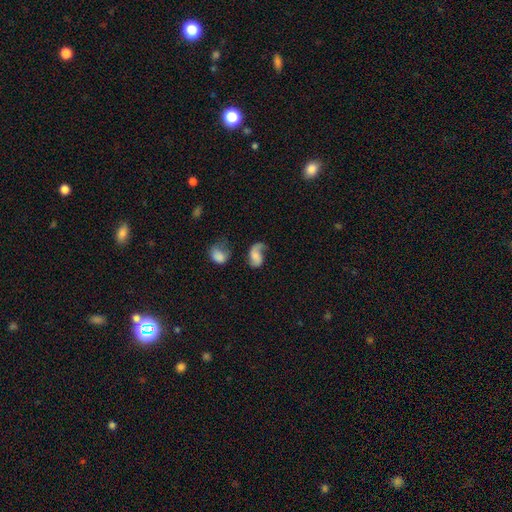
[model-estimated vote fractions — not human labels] smooth-or-featured: featured or disk: 58% | smooth: 33% | star or artifact: 9%
  disk-edge-on: no: 97% | yes: 3%
    bar: no: 60% | weak: 31% | strong: 9%
    has-spiral-arms: yes: 89% | no: 11%
      spiral-winding: loose: 65% | medium: 27% | tight: 9%
      spiral-arm-count: 2: 56% | 1: 38% | can't tell: 4% | 3: 1% | 4: 1% | more than 4: 1%
    bulge-size: none: 39% | small: 28% | moderate: 21% | large: 10% | dominant: 3%
  merging: none: 38% | major disturbance: 29% | minor disturbance: 24% | merger: 9%